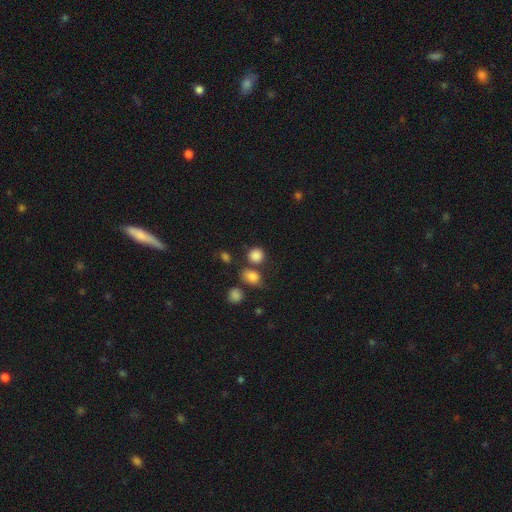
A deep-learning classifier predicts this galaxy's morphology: This appears to be a smooth galaxy with no disk features (84%) that is round (80%). Merging: none (68%).